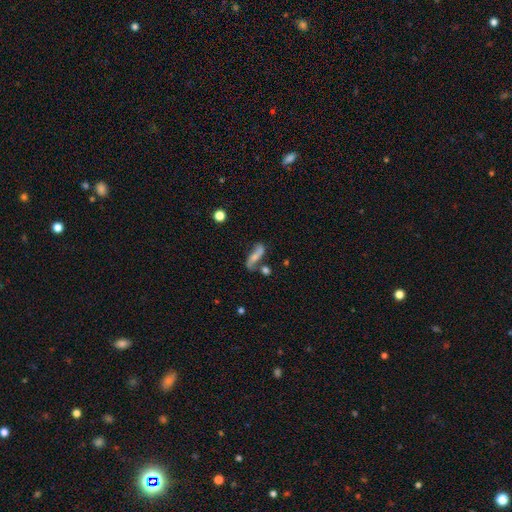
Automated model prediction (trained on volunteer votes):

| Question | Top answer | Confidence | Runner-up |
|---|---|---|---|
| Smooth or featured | featured or disk | 59% | smooth (32%) |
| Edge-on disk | no | 84% | yes (16%) |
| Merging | none | 51% | minor disturbance (20%) |